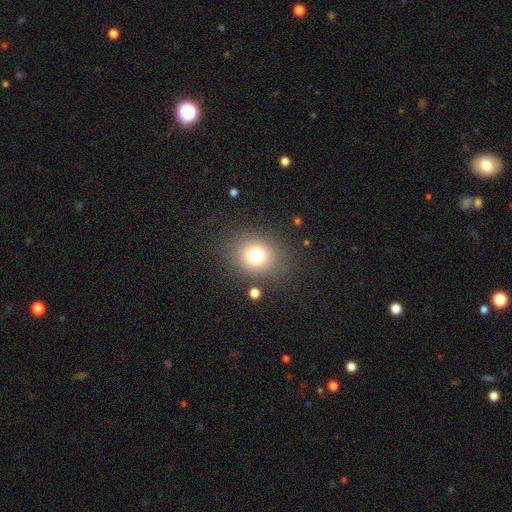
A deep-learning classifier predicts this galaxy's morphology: smooth 75%, star or artifact 15%, featured or disk 10%. Down the decision tree: how rounded — round (72%); merging — none (83%).